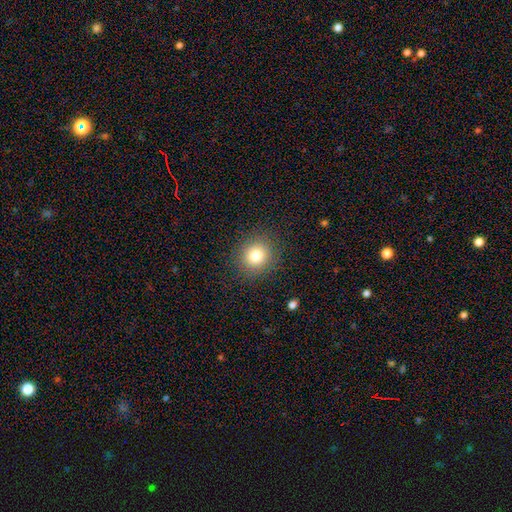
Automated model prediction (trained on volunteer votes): Smooth or featured? Predicted: smooth (p=0.80). How rounded? Predicted: round (p=0.86). Merging? Predicted: none (p=0.89).